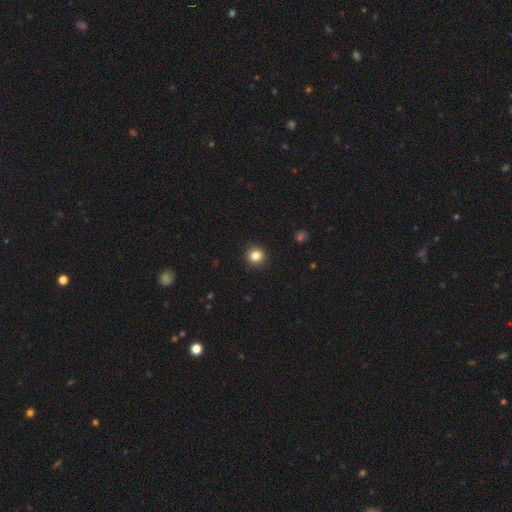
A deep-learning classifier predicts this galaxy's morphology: A smooth galaxy with no disk features (84%) that is round (93%). Merging: none (92%).